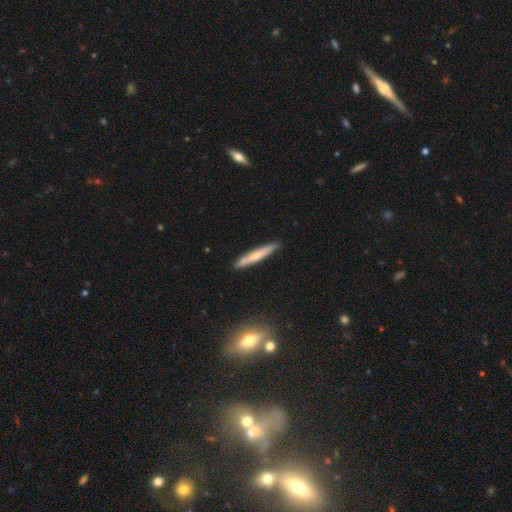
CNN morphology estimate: smooth_or_featured: smooth (p=0.52) [alt: featured or disk p=0.42]
how_rounded: cigar-shaped (p=0.94) [alt: in between p=0.04]
merging: none (p=0.88) [alt: minor disturbance p=0.09]